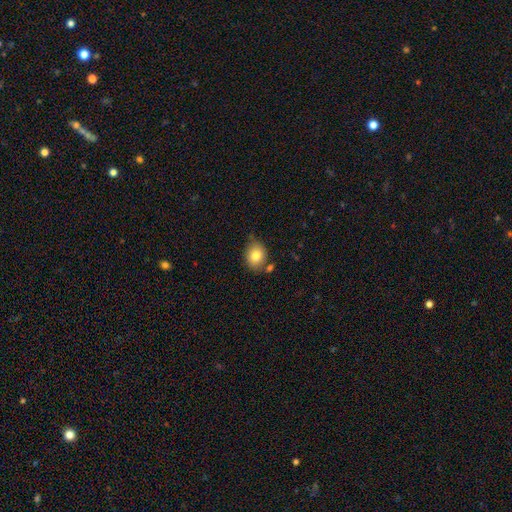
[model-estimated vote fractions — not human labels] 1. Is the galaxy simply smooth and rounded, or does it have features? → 80% smooth, 11% featured or disk, 9% star or artifact.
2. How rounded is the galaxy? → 51% round, 48% in between, 1% cigar-shaped.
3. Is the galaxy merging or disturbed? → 69% none, 18% minor disturbance, 9% merger, 4% major disturbance.